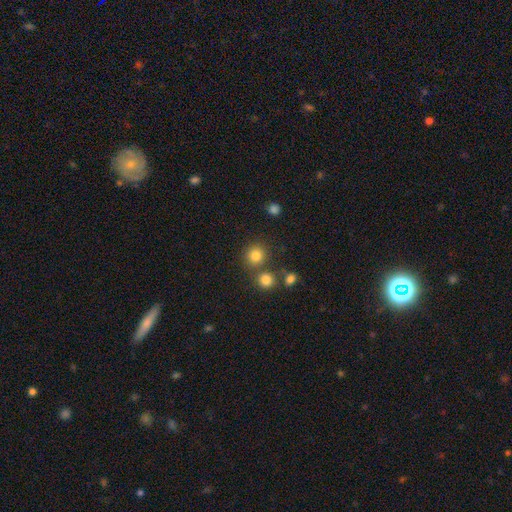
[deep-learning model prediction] Smooth or featured? smooth (81%)
How rounded? round (90%)
Merging? none (74%)